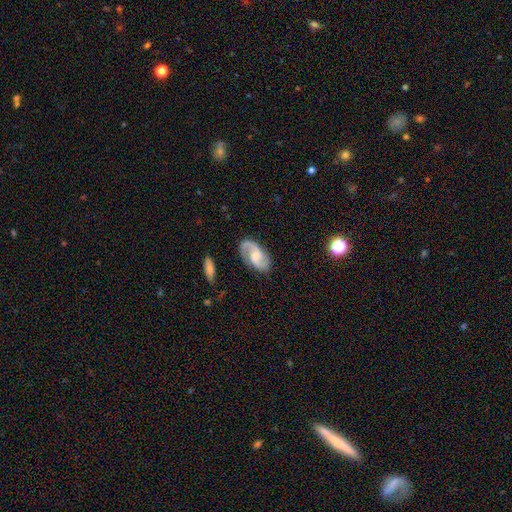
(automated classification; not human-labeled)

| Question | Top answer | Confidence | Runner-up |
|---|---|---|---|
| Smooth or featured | featured or disk | 84% | smooth (11%) |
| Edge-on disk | no | 97% | yes (3%) |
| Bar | weak | 45% | tied: no (45%) |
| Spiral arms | yes | 97% | no (3%) |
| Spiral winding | medium | 54% | loose (27%) |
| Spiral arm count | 2 | 92% | can't tell (3%) |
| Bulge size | moderate | 47% | small (37%) |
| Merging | none | 81% | minor disturbance (13%) |